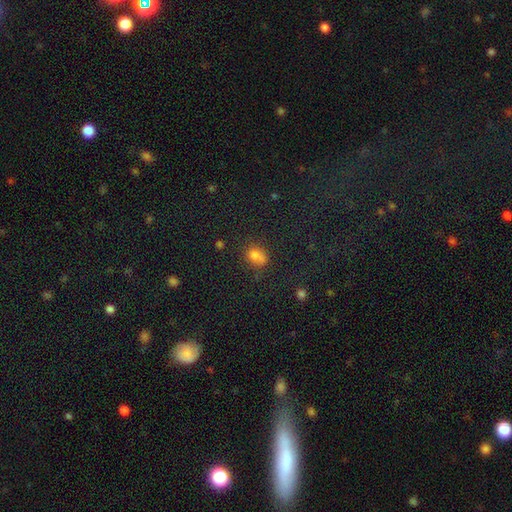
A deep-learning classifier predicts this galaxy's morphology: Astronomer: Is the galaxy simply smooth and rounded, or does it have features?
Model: smooth — 70%.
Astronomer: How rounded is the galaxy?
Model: round — 56% (runner-up: in between, 42%).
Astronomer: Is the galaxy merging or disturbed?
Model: none — 44% (runner-up: merger, 32%).